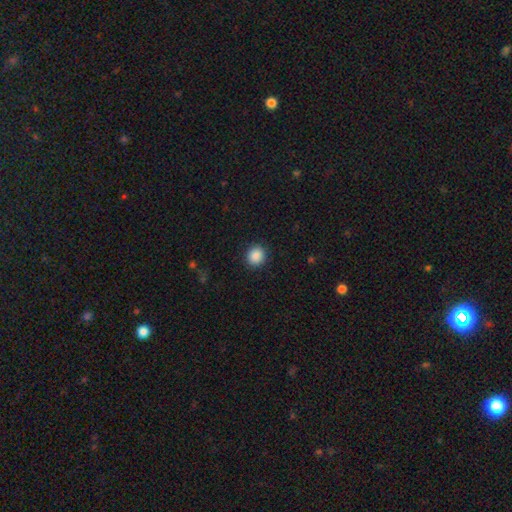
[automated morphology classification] smooth_or_featured: smooth (p=0.88) [alt: star or artifact p=0.09]
how_rounded: round (p=0.81) [alt: in between p=0.18]
merging: none (p=0.90) [alt: minor disturbance p=0.07]